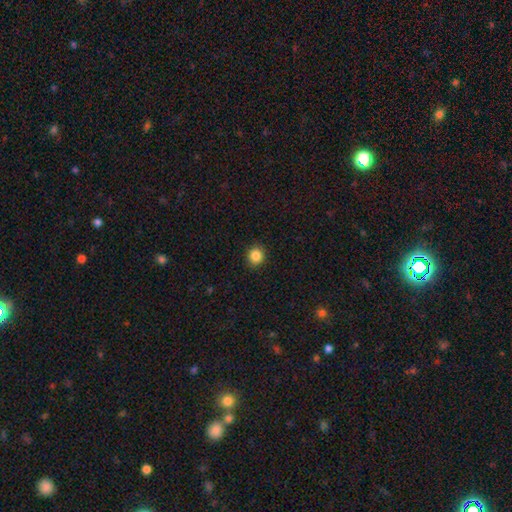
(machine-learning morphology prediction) smooth 85%, star or artifact 11%, featured or disk 4%. Down the decision tree: how rounded — round (87%); merging — none (92%).